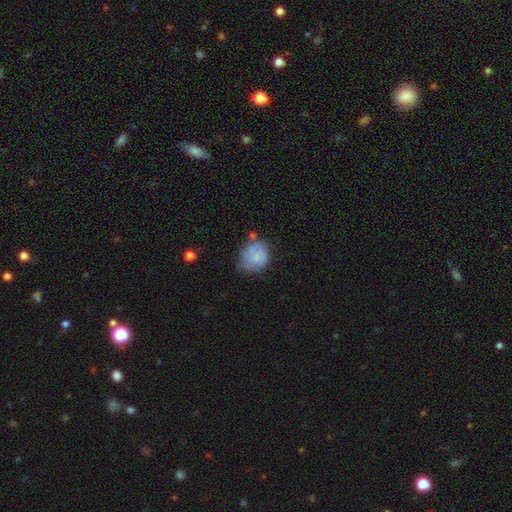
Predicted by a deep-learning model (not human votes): Smooth or featured?
  - smooth: 56% *
  - featured or disk: 37%
  - star or artifact: 8%
How rounded?
  - round: 69% *
  - in between: 30%
  - cigar-shaped: 1%
Merging?
  - none: 55% *
  - minor disturbance: 29%
  - major disturbance: 10%
  - merger: 6%